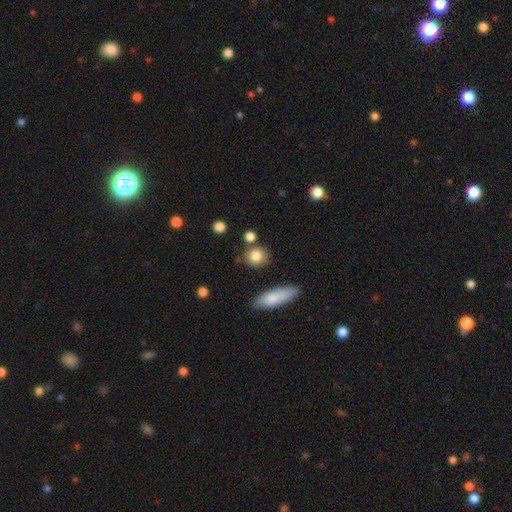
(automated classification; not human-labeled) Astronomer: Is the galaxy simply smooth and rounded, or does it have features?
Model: smooth — 83%.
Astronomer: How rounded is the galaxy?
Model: round — 74%.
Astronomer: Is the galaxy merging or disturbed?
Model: none — 74%.